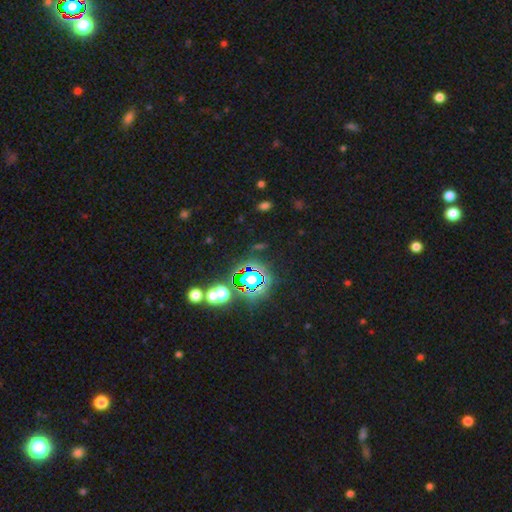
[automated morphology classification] Smooth or featured? star or artifact (80%)